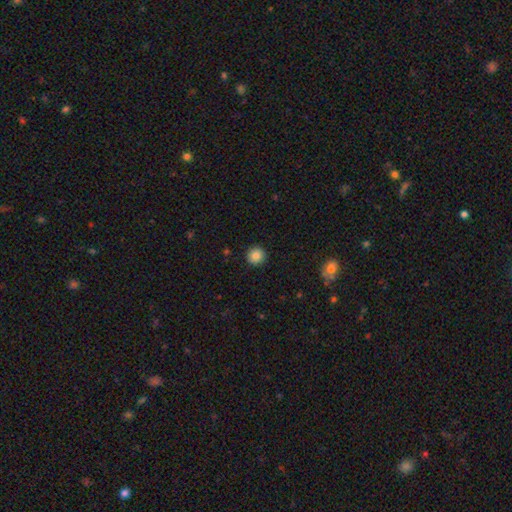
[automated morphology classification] Q: Smooth or featured?
A: smooth (85%); runner-up: star or artifact (10%)
Q: How rounded?
A: round (95%); runner-up: in between (4%)
Q: Merging?
A: none (92%); runner-up: minor disturbance (5%)